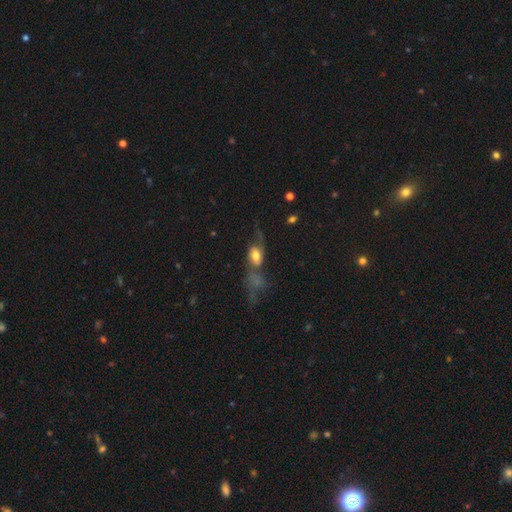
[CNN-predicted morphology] Overall: smooth (47%; featured or disk 43%). Merging: merger (30%; major disturbance 28%).